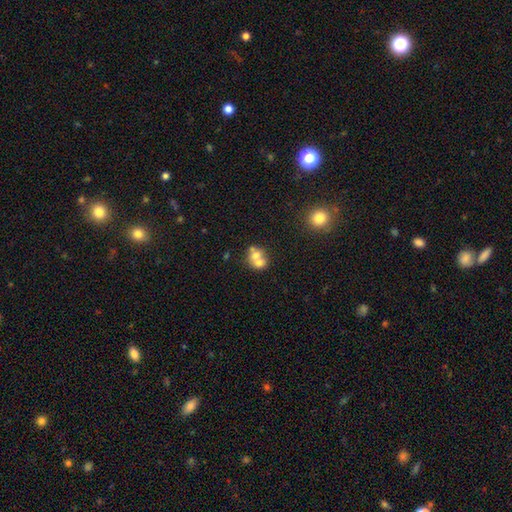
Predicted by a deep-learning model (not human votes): A smooth galaxy with no disk features (61%) that is round (69%).

Vote fractions:
- Smooth or featured? smooth: 61% / featured or disk: 27% / star or artifact: 12%
- How rounded? round: 69% / in between: 30% / cigar-shaped: 1%
- Merging? merger: 59% / none: 30% / minor disturbance: 7% / major disturbance: 4%